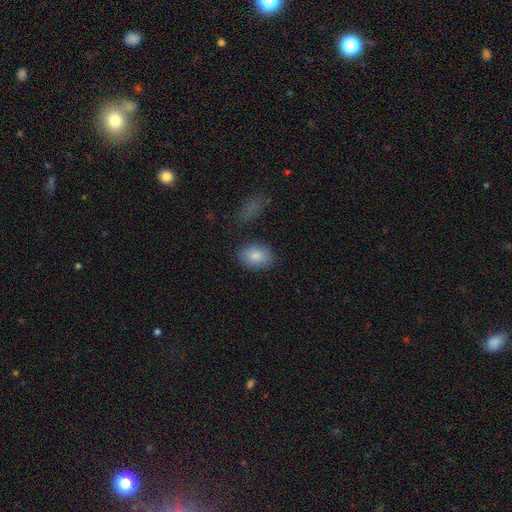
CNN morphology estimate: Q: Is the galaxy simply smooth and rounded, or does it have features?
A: smooth — 85%.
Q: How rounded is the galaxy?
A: in between — 75%.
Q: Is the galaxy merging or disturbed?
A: none — 83%.